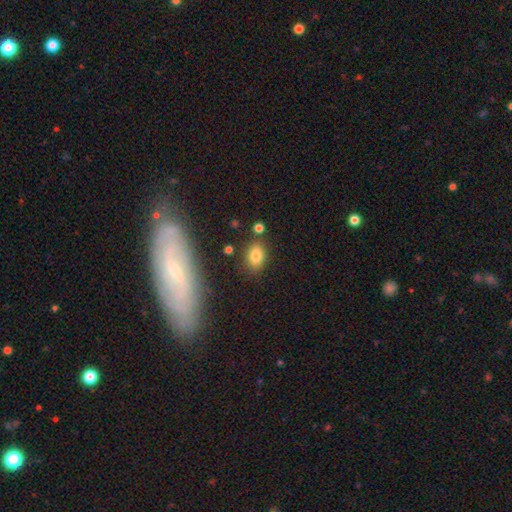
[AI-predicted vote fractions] The model was most divided on "how rounded": in between: 76%, round: 23%, cigar-shaped: 2%. More confident: smooth or featured — smooth (79%); merging — none (79%).